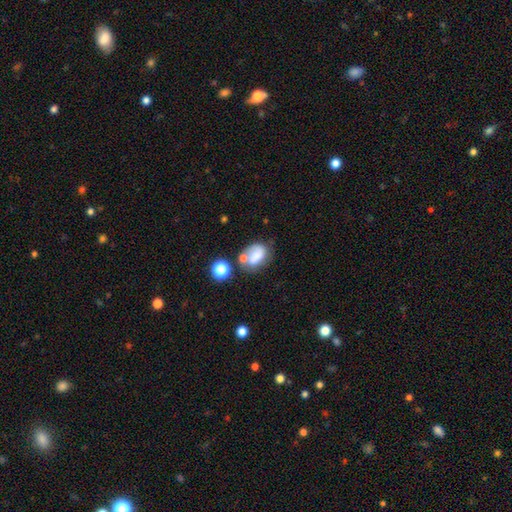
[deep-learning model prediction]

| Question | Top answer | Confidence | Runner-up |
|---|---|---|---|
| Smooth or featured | smooth | 66% | featured or disk (23%) |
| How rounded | in between | 72% | round (26%) |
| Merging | none | 40% | merger (26%) |